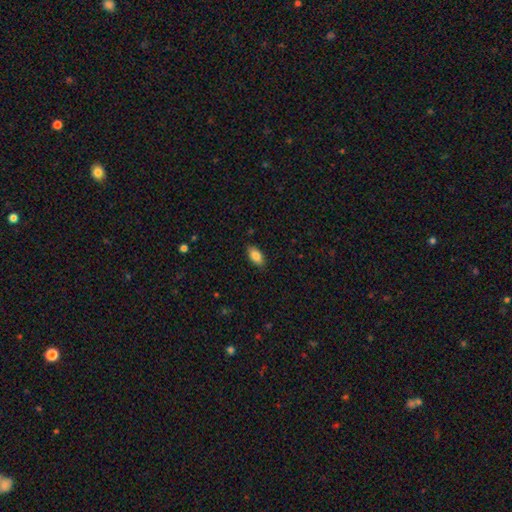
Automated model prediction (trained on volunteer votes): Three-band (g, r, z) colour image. It shows a smooth galaxy with no disk features (84%) that is in between round and cigar-shaped (92%). Merging: none (87%).